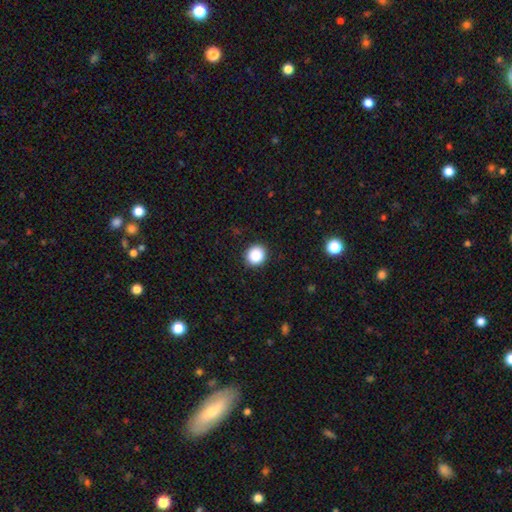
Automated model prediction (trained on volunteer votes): Smooth or featured?
  - smooth: 88% *
  - star or artifact: 10%
  - featured or disk: 3%
How rounded?
  - round: 90% *
  - in between: 9%
  - cigar-shaped: 1%
Merging?
  - none: 92% *
  - minor disturbance: 6%
  - major disturbance: 2%
  - merger: 1%